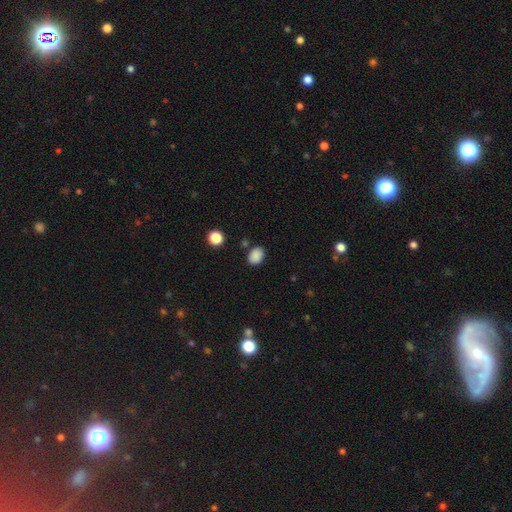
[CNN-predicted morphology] The model was most divided on "how rounded": in between: 68%, round: 31%, cigar-shaped: 1%. More confident: smooth or featured — smooth (86%); merging — none (80%).